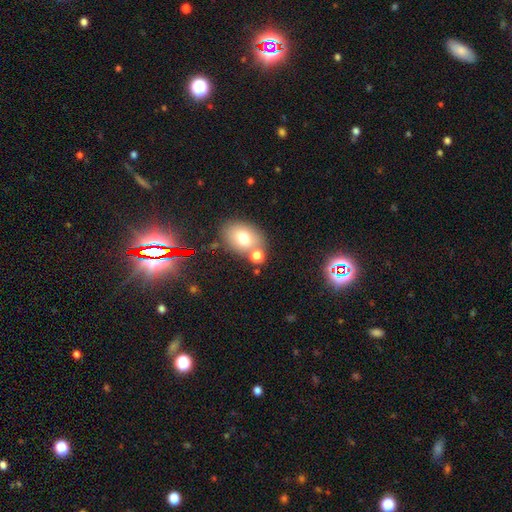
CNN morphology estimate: Overall: smooth (71%). How rounded: in between (58%; round 41%). Merging: none (60%; merger 24%).